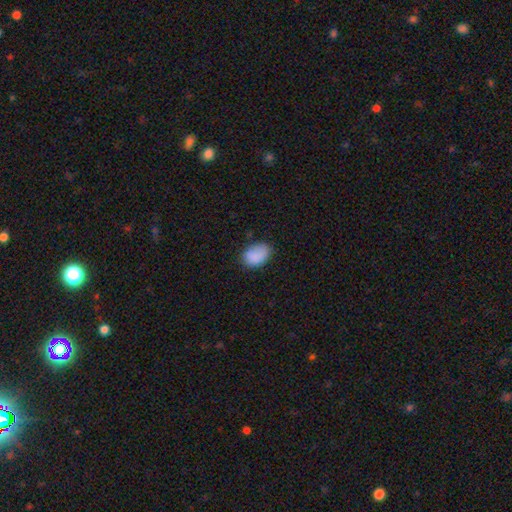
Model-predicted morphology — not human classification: Q: Smooth or featured?
A: smooth (87%); runner-up: star or artifact (8%)
Q: How rounded?
A: in between (82%); runner-up: round (17%)
Q: Merging?
A: none (72%); runner-up: minor disturbance (22%)